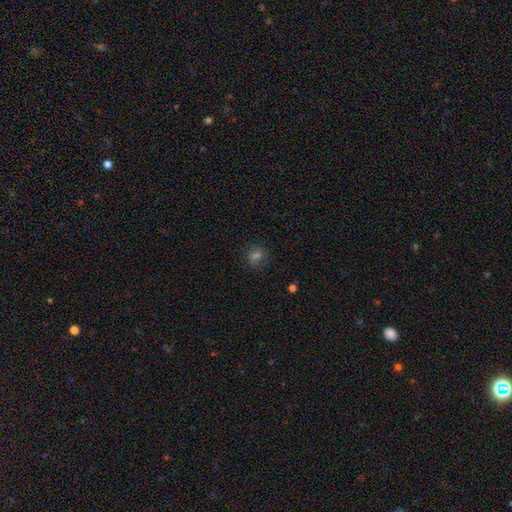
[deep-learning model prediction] A smooth galaxy with no disk features (67%) that is round (70%). Merging: none (85%).